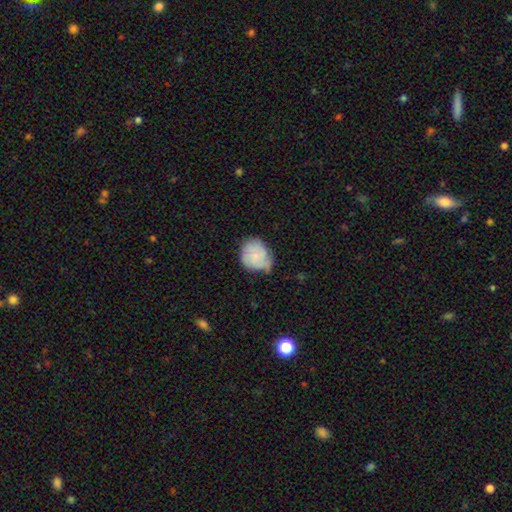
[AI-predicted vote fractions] This is likely a smooth galaxy (70%). How rounded: likely round (69%). Merging: marginally minor disturbance (45%).